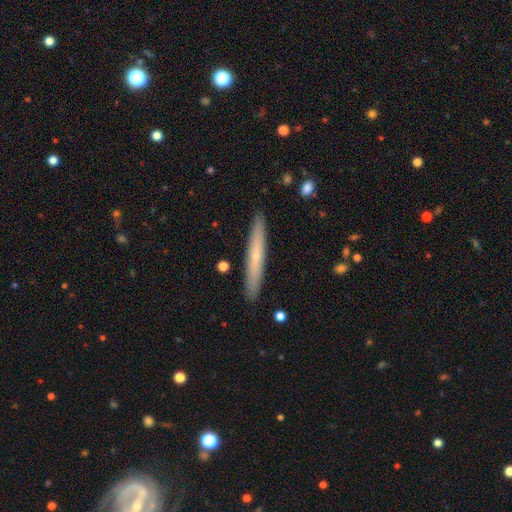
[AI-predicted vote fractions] Overall: smooth (53%; featured or disk 41%). How rounded: cigar-shaped (96%). Merging: none (91%).